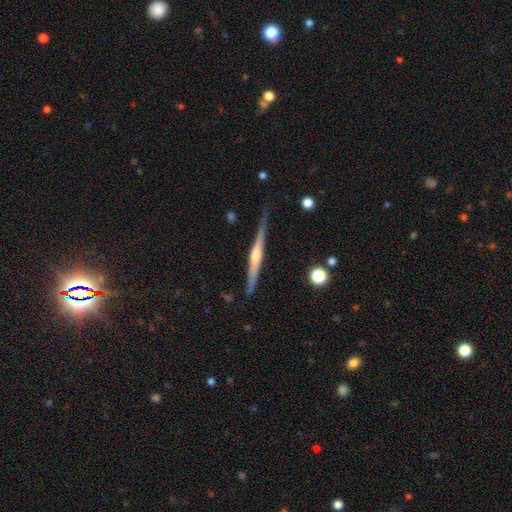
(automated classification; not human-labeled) Morphology: type=featured or disk (77%); edge-on=yes (98%); edge-on bulge=rounded (76%); merging=none (83%).